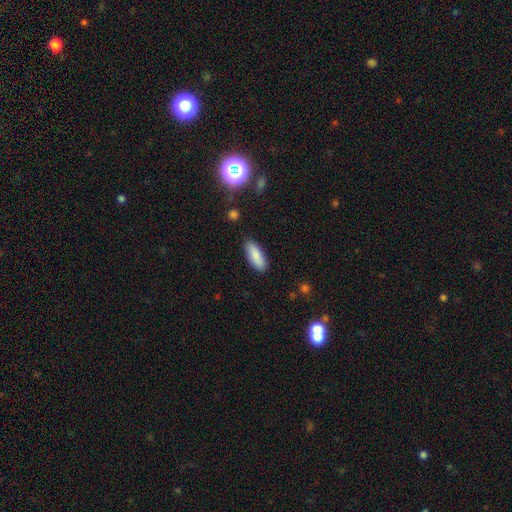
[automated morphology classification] Smooth or featured? Predicted: smooth (p=0.87). How rounded? Predicted: in between (p=0.74). Merging? Predicted: none (p=0.87).